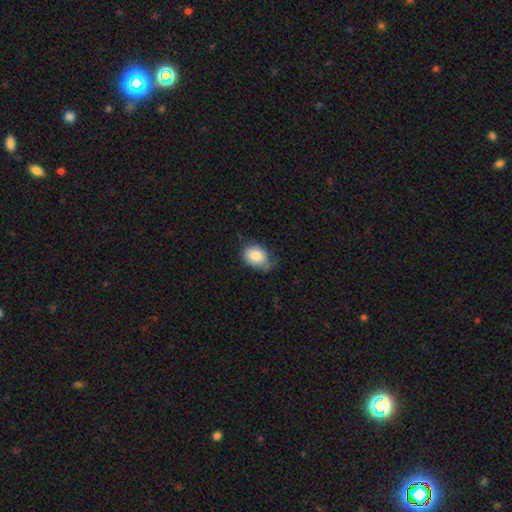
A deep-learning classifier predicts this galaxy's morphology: Smooth or featured? smooth (84%)
How rounded? in between (72%)
Merging? none (48%)